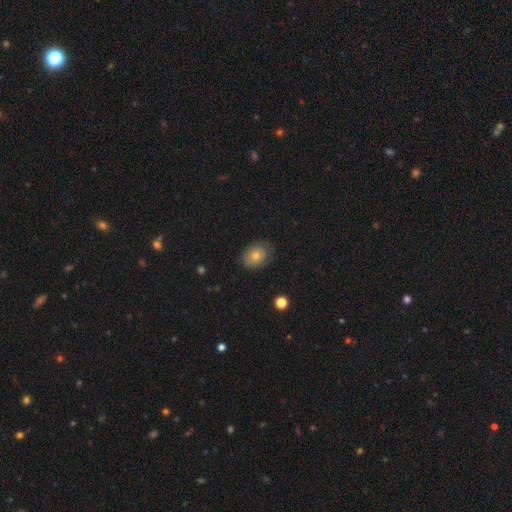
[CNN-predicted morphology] A smooth galaxy with no disk features (74%) that is in between round and cigar-shaped (59%). Merging: none (73%).